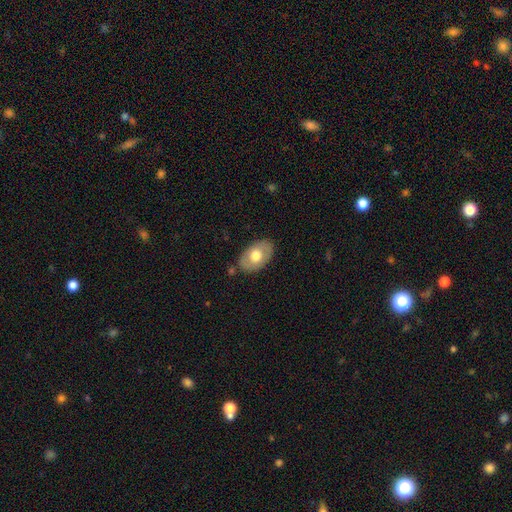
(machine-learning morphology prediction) smooth 61%, featured or disk 33%, star or artifact 6%. Down the decision tree: how rounded — in between (87%); merging — none (82%).